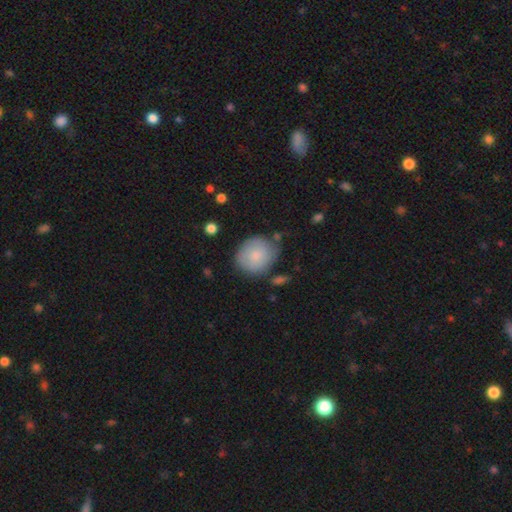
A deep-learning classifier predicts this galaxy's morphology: This appears to be a smooth galaxy with no disk features (78%) that is round (74%). Merging: none (69%).